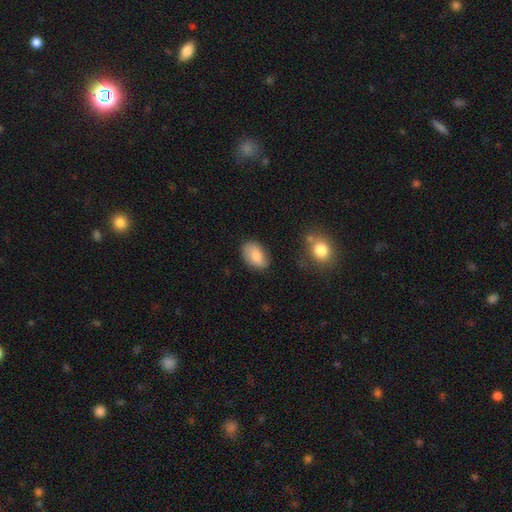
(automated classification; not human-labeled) Morphology: type=smooth (78%); roundness=in between (87%); merging=none (74%).